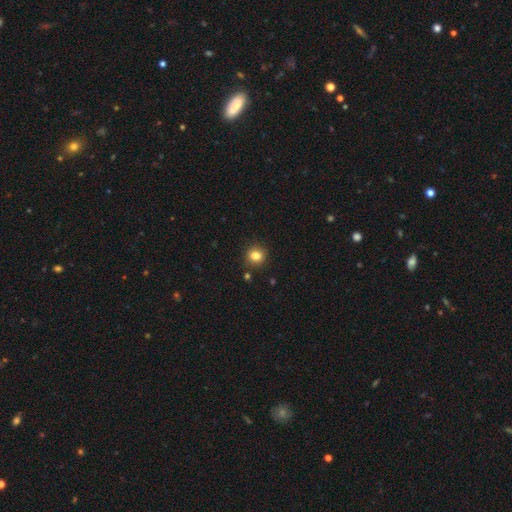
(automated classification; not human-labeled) smooth_or_featured: smooth (p=0.83) [alt: star or artifact p=0.12]
how_rounded: round (p=0.86) [alt: in between p=0.13]
merging: none (p=0.88) [alt: minor disturbance p=0.07]